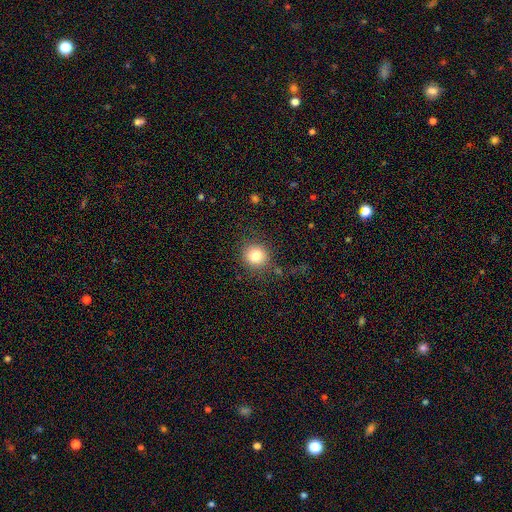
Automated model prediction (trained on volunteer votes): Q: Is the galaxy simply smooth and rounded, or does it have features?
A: smooth — 81%.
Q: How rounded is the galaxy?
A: round — 92%.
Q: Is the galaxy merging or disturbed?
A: none — 85%.